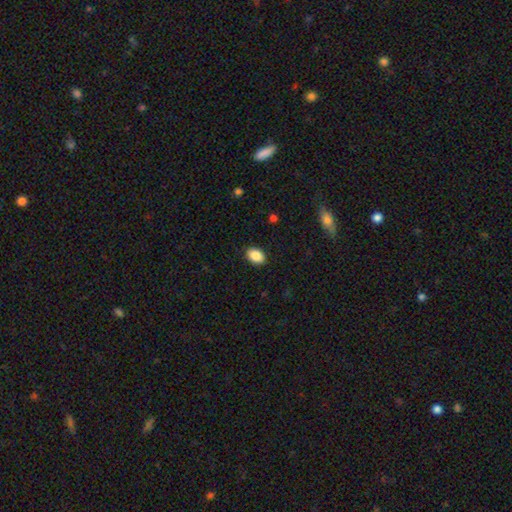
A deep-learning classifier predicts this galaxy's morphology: This is clearly a smooth galaxy (88%). How rounded: clearly in between (82%). Merging: clearly none (89%).